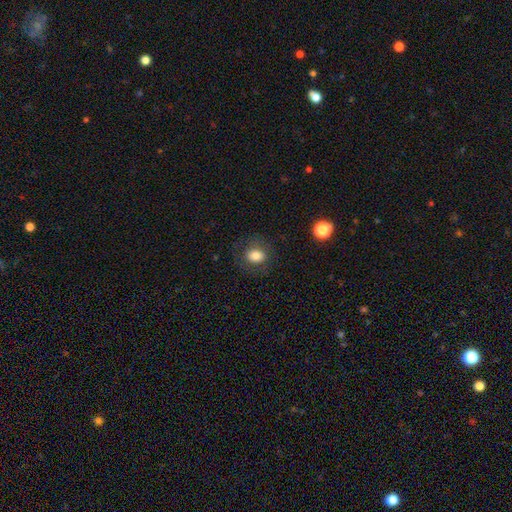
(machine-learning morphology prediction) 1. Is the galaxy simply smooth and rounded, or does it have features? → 78% smooth, 12% featured or disk, 10% star or artifact.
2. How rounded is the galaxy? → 50% in between, 49% round, 1% cigar-shaped.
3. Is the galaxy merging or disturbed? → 81% none, 12% minor disturbance, 6% major disturbance, 1% merger.